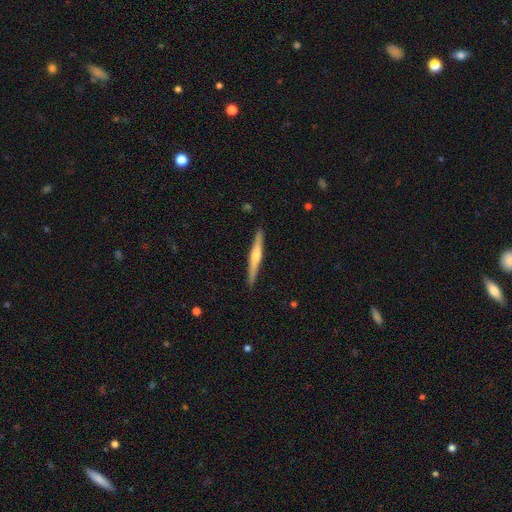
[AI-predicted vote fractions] Overall: featured or disk (61%; smooth 34%). Edge-on disk: yes (98%). Edge-on bulge: rounded (76%). Merging: none (91%).